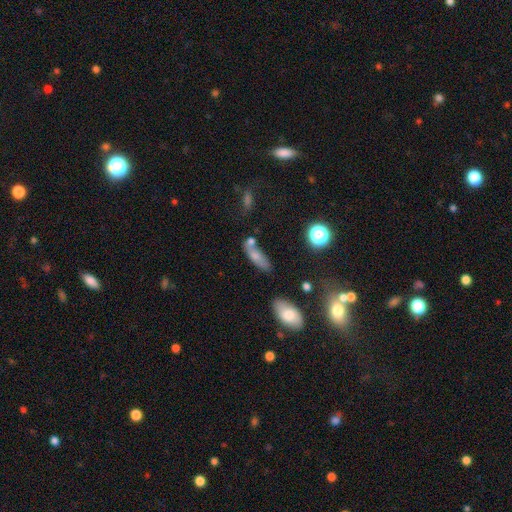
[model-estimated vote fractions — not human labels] Smooth or featured? Predicted: smooth (p=0.66). How rounded? Predicted: in between (p=0.59). Merging? Predicted: none (p=0.43).